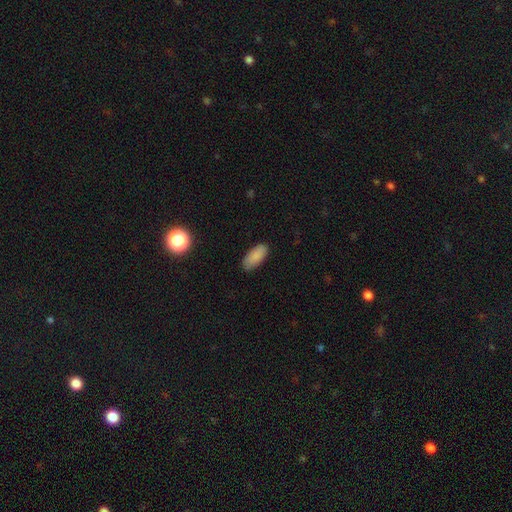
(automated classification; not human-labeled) This appears to be a smooth galaxy with no disk features (87%) that is in between round and cigar-shaped (86%). Merging: none (83%).